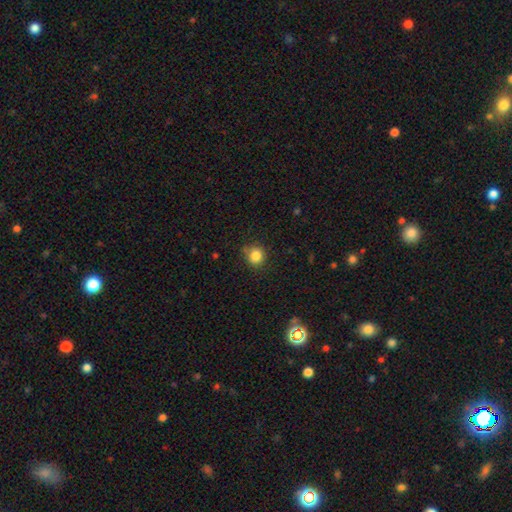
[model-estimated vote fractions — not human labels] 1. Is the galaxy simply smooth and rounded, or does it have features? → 84% smooth, 12% star or artifact, 5% featured or disk.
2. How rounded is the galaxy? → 87% round, 12% in between, 1% cigar-shaped.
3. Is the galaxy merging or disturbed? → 79% none, 15% minor disturbance, 4% major disturbance, 2% merger.